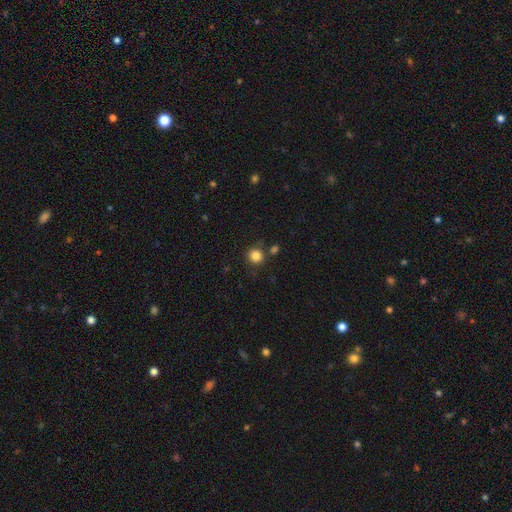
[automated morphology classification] A smooth galaxy with no disk features (84%) that is round (92%). Merging: none (81%).